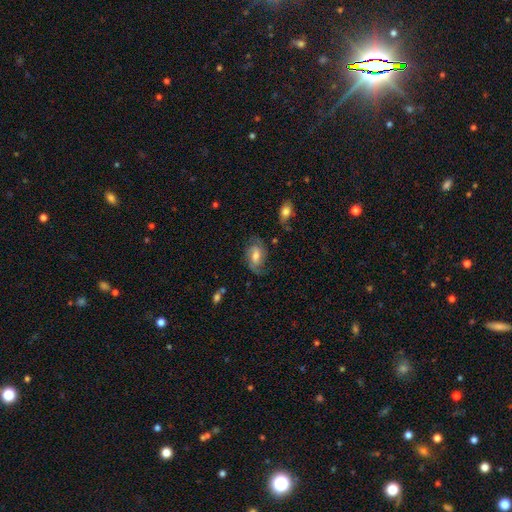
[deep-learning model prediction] This is likely a featured or disk galaxy (62%). It is clearly not viewed edge-on (95%). Bar: possibly weak (48%). Spiral arm pattern: clearly yes (88%). Spiral arm count: likely 2 (75%). Spiral winding: possibly medium (46%). Central bulge: possibly moderate (57%). Merging: likely none (67%).